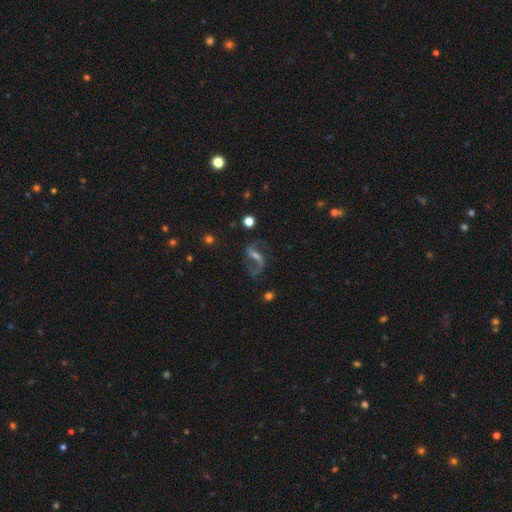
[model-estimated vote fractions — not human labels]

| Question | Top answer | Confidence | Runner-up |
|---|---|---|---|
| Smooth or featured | featured or disk | 83% | star or artifact (9%) |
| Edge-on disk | no | 96% | yes (4%) |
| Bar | weak | 45% | strong (34%) |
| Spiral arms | yes | 94% | no (6%) |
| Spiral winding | loose | 70% | medium (25%) |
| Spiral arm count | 2 | 87% | 1 (7%) |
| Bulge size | small | 48% | moderate (32%) |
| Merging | none | 66% | major disturbance (16%) |